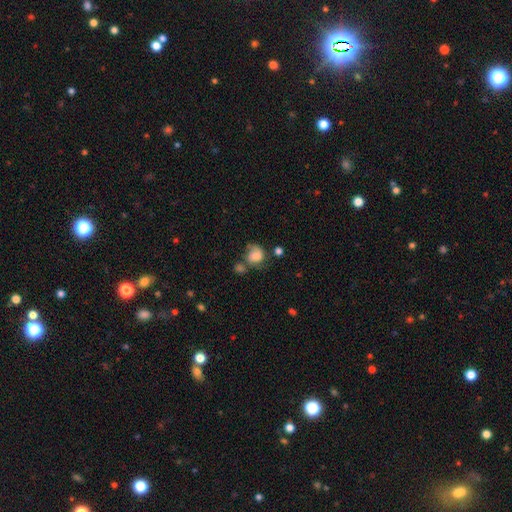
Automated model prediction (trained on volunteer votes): Overall: smooth (57%; featured or disk 33%). How rounded: round (68%; in between 31%). Merging: none (41%; minor disturbance 24%).